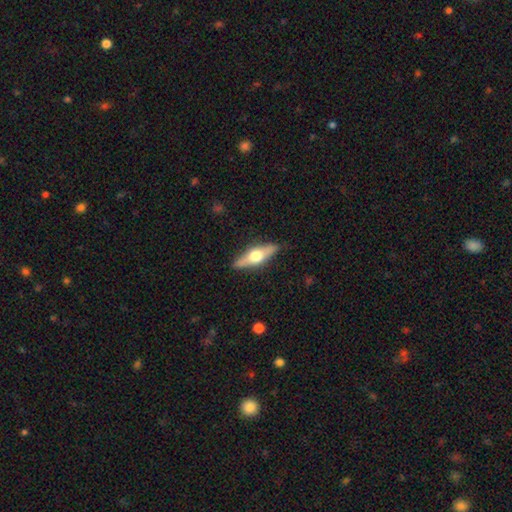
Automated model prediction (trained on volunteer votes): Smooth or featured? featured or disk (60%)
Edge-on disk? yes (93%)
Edge-on bulge? rounded (95%)
Merging? none (87%)